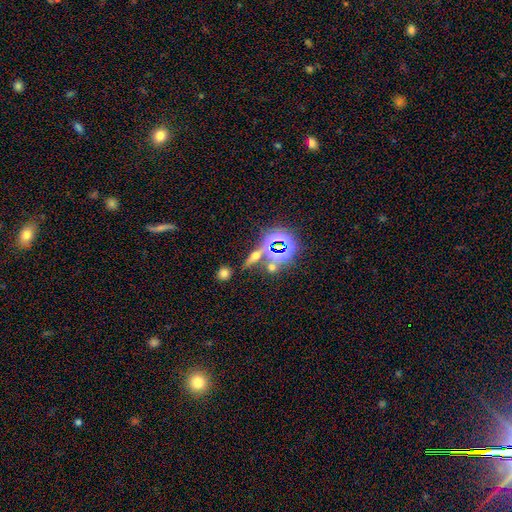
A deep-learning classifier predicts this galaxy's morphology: The model was most divided on "smooth or featured": star or artifact: 37%, featured or disk: 33%, smooth: 29%.